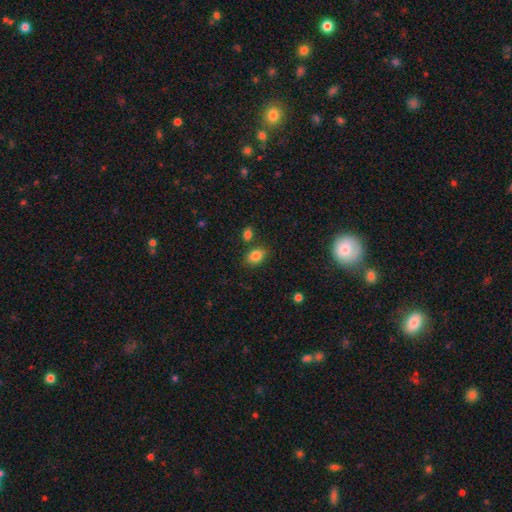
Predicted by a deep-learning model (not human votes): Smooth or featured?
  - smooth: 84% *
  - star or artifact: 10%
  - featured or disk: 7%
How rounded?
  - in between: 78% *
  - round: 21%
  - cigar-shaped: 1%
Merging?
  - none: 78% *
  - minor disturbance: 11%
  - merger: 8%
  - major disturbance: 3%